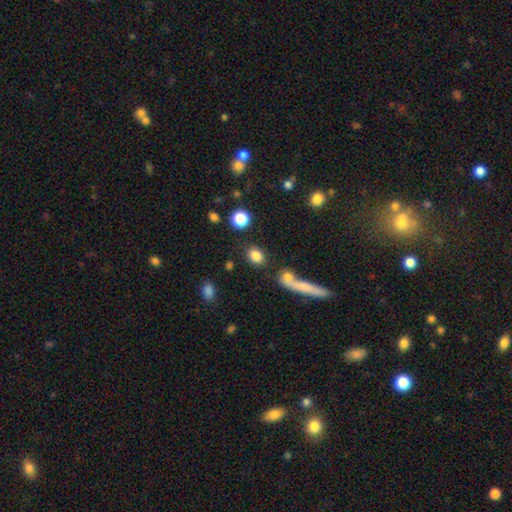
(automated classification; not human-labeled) smooth_or_featured: smooth (p=0.83) [alt: star or artifact p=0.10]
how_rounded: in between (p=0.52) [alt: round p=0.44]
merging: none (p=0.76) [alt: minor disturbance p=0.10]